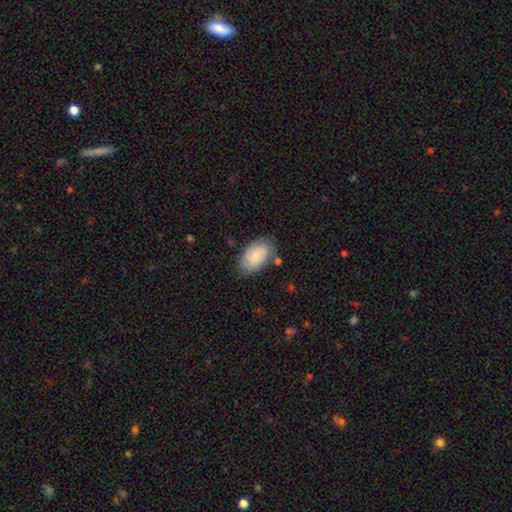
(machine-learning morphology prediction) smooth-or-featured: smooth: 79% | featured or disk: 15% | star or artifact: 6%
  how-rounded: in between: 92% | round: 7% | cigar-shaped: 1%
  merging: none: 71% | minor disturbance: 20% | major disturbance: 5% | merger: 4%